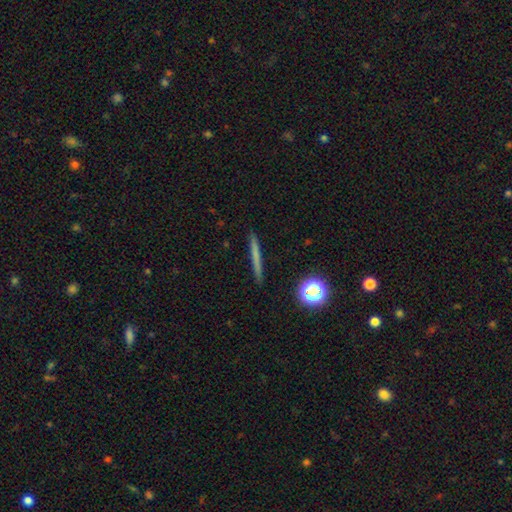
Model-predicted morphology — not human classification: A smooth galaxy with no disk features (59%) that is cigar-shaped (94%). Merging: none (91%).